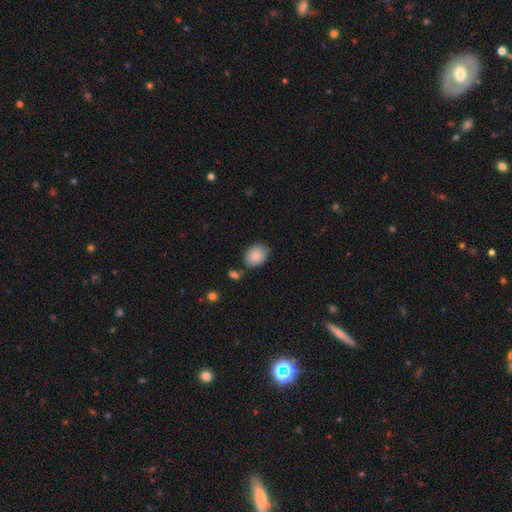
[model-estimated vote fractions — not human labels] Overall: smooth (87%). How rounded: in between (63%; round 36%). Merging: none (74%).